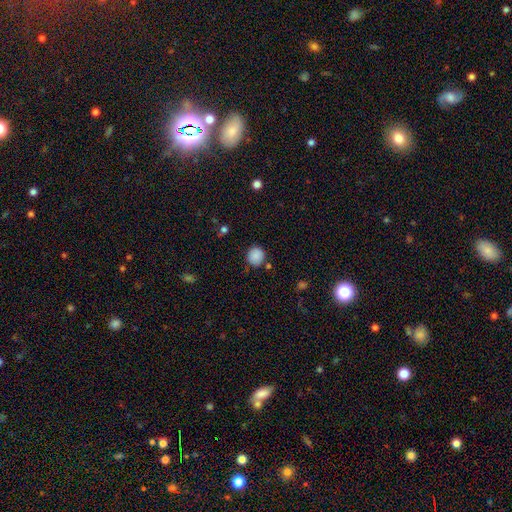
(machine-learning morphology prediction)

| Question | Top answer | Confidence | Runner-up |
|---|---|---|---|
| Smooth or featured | smooth | 87% | star or artifact (9%) |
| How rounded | round | 88% | in between (11%) |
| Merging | none | 82% | minor disturbance (11%) |